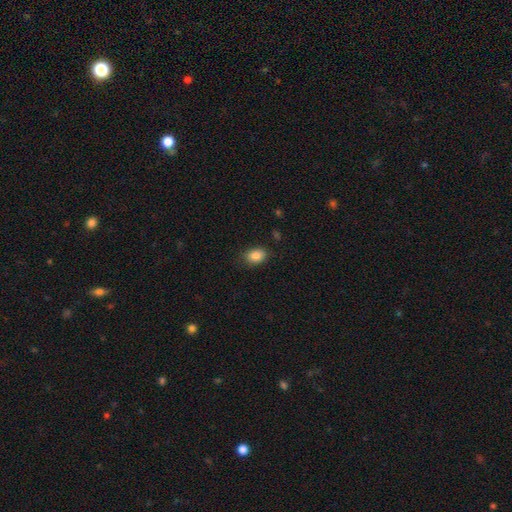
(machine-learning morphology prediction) Smooth or featured: smooth — 87% (star or artifact — 9%)
How rounded: in between — 78% (round — 21%)
Merging: none — 82% (minor disturbance — 14%)